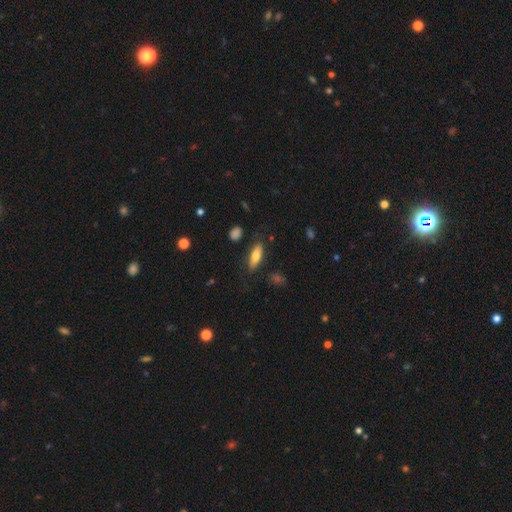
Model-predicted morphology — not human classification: Smooth or featured?
  - smooth: 71% *
  - featured or disk: 22%
  - star or artifact: 7%
How rounded?
  - in between: 58% *
  - cigar-shaped: 40%
  - round: 2%
Merging?
  - none: 78% *
  - minor disturbance: 16%
  - major disturbance: 4%
  - merger: 2%